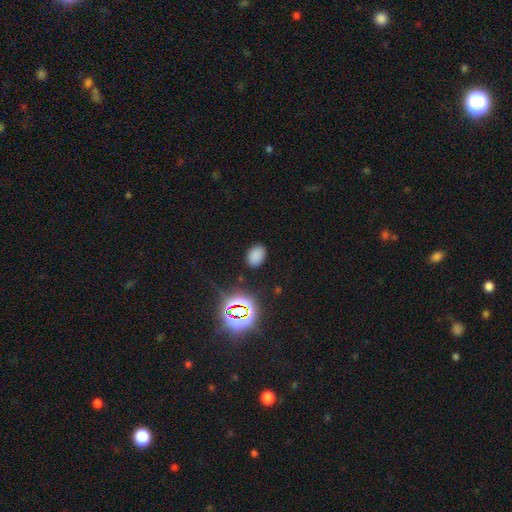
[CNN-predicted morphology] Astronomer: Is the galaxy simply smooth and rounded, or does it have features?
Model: smooth — 74%.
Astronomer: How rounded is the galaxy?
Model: in between — 80%.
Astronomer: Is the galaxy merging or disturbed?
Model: none — 85%.